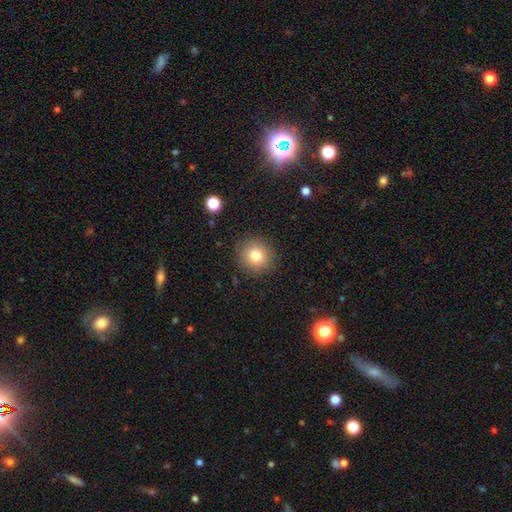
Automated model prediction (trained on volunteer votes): A smooth galaxy with no disk features (80%) that is round (92%). Merging: none (89%).